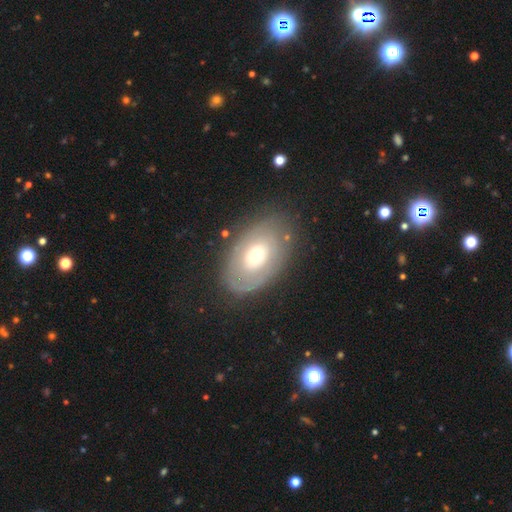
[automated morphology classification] A featured or disk galaxy (49%).

Vote fractions:
- Smooth or featured? featured or disk: 49% / smooth: 44% / star or artifact: 7%
- Merging? none: 76% / minor disturbance: 16% / major disturbance: 6% / merger: 2%